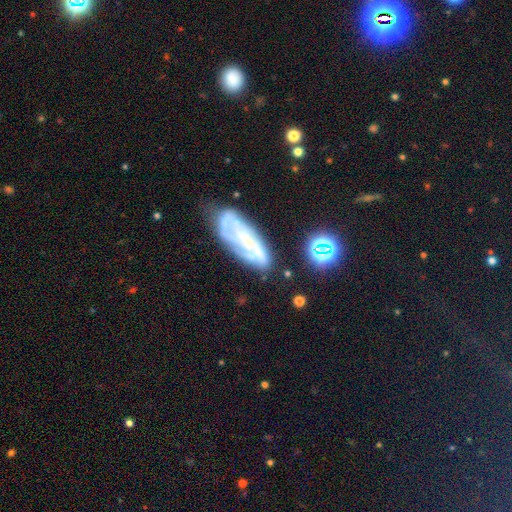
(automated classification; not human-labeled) Smooth or featured? Predicted: featured or disk (p=0.64). Edge-on disk? Predicted: no (p=0.90). Bar? Predicted: no (p=0.70). Spiral arms? Predicted: yes (p=0.55). Bulge size? Predicted: none (p=0.40). Merging? Predicted: none (p=0.54).